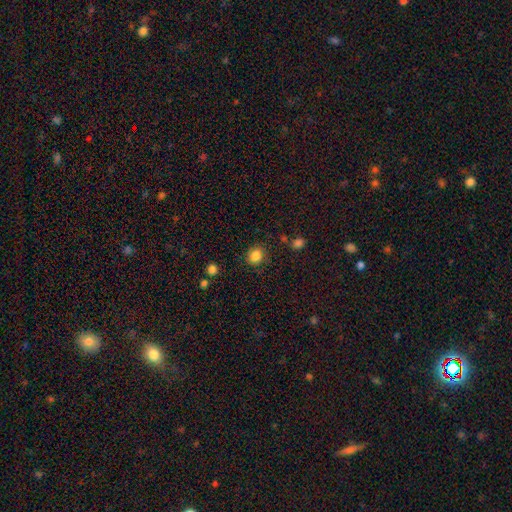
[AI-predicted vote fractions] This is clearly a smooth galaxy (85%). How rounded: likely round (78%). Merging: clearly none (86%).